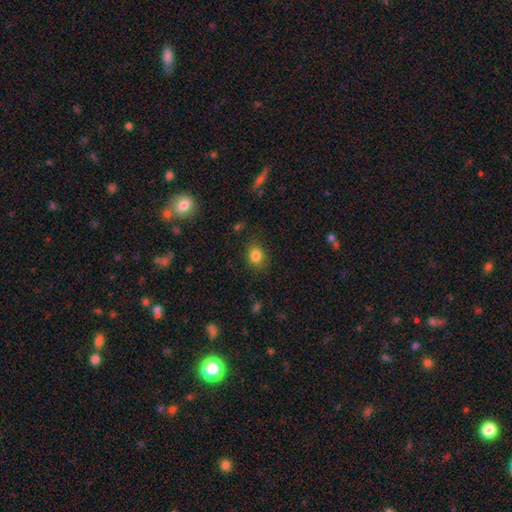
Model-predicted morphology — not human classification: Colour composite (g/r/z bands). It shows a smooth galaxy with no disk features (83%) that is round (58%). Merging: none (81%).